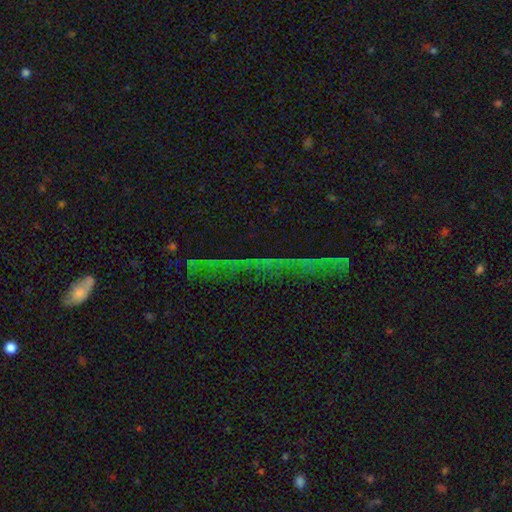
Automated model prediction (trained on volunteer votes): Smooth or featured?
  - star or artifact: 77% *
  - featured or disk: 13%
  - smooth: 11%